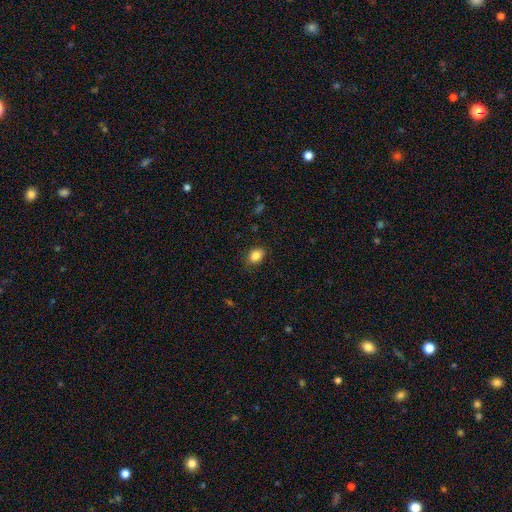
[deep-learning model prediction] Overall: smooth (86%). How rounded: in between (75%). Merging: none (81%).